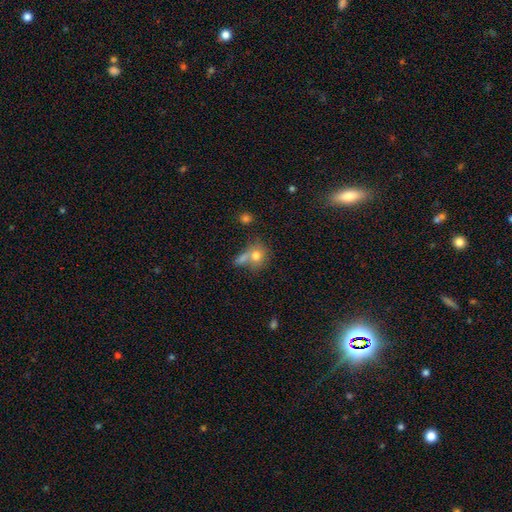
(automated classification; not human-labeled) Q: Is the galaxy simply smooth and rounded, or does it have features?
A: smooth — 76%.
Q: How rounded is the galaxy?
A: round — 71%.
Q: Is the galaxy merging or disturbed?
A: none — 43%.